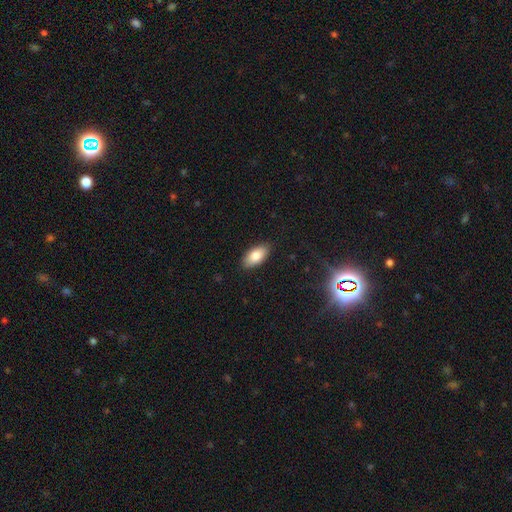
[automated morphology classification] type=smooth (84%); roundness=in between (92%); merging=none (87%).